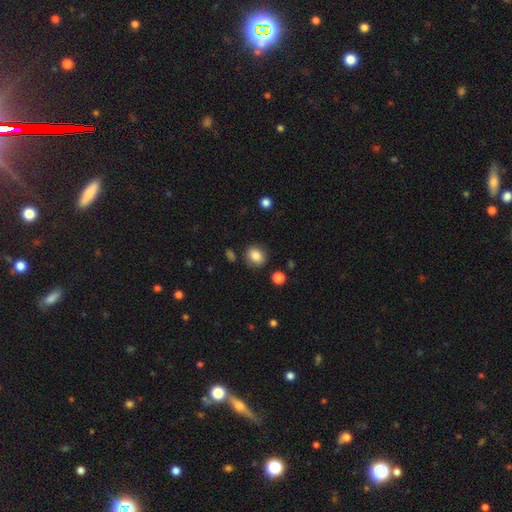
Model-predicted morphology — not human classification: smooth_or_featured: smooth (p=0.83) [alt: star or artifact p=0.10]
how_rounded: round (p=0.69) [alt: in between p=0.30]
merging: none (p=0.85) [alt: minor disturbance p=0.10]